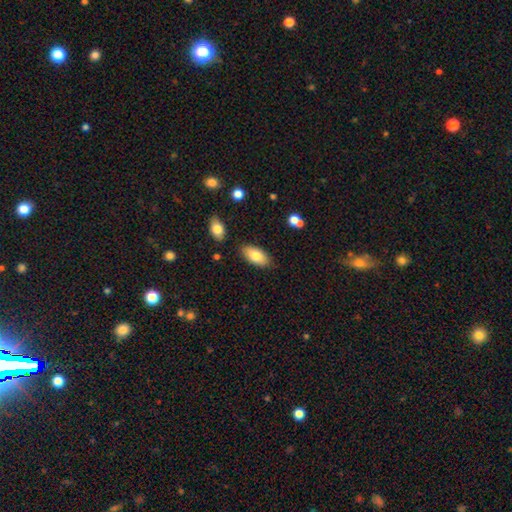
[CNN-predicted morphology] smooth_or_featured: smooth (p=0.80) [alt: featured or disk p=0.13]
how_rounded: in between (p=0.92) [alt: cigar-shaped p=0.05]
merging: none (p=0.82) [alt: minor disturbance p=0.12]